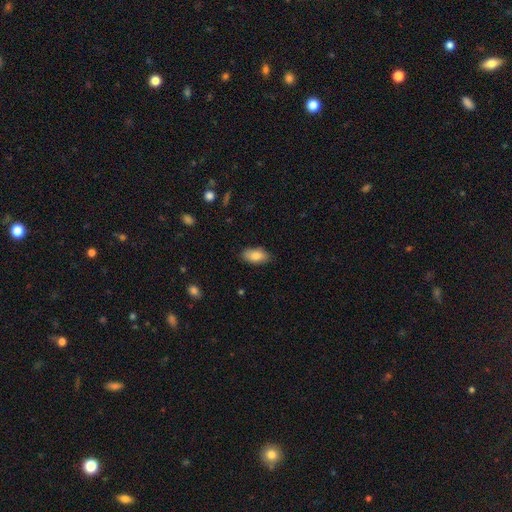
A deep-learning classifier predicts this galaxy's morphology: type=smooth (83%); roundness=in between (92%); merging=none (84%).